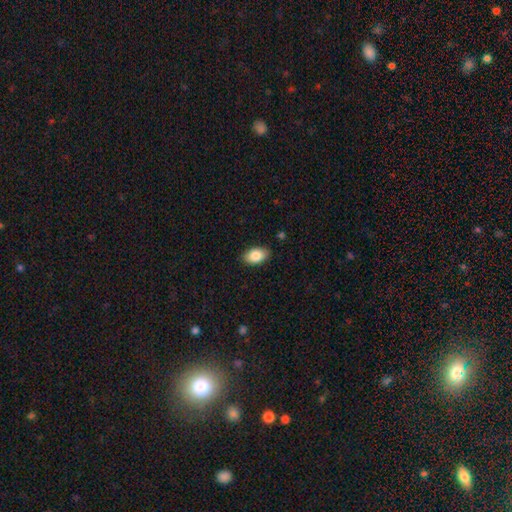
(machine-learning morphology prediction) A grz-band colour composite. It shows a smooth galaxy with no disk features (86%) that is in between round and cigar-shaped (92%). Merging: none (88%).